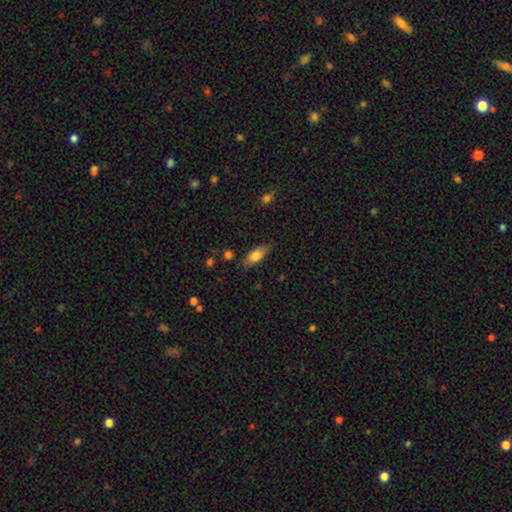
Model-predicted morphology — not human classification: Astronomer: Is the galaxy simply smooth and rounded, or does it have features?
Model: smooth — 72%.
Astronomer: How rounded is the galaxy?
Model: in between — 72%.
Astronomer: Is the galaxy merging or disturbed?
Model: none — 79%.